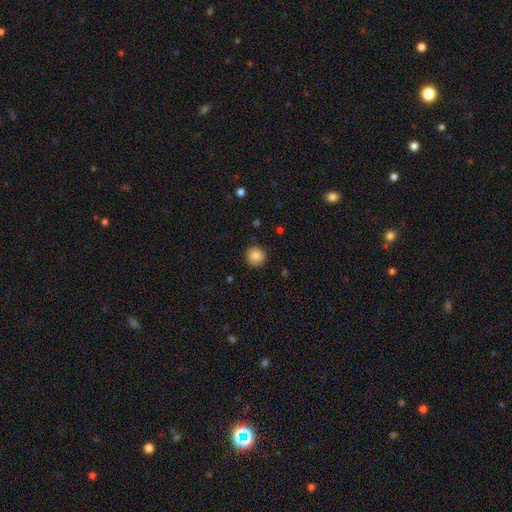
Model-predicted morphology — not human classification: smooth_or_featured: smooth (p=0.86) [alt: star or artifact p=0.09]
how_rounded: round (p=0.94) [alt: in between p=0.05]
merging: none (p=0.90) [alt: minor disturbance p=0.07]